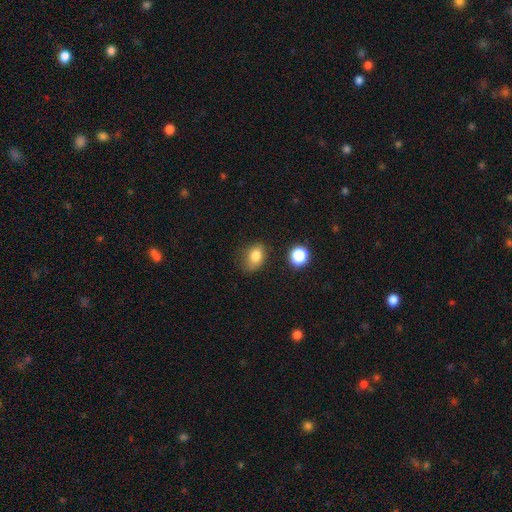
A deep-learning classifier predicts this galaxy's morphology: This is clearly a smooth galaxy (81%). How rounded: likely in between (72%). Merging: likely none (67%).